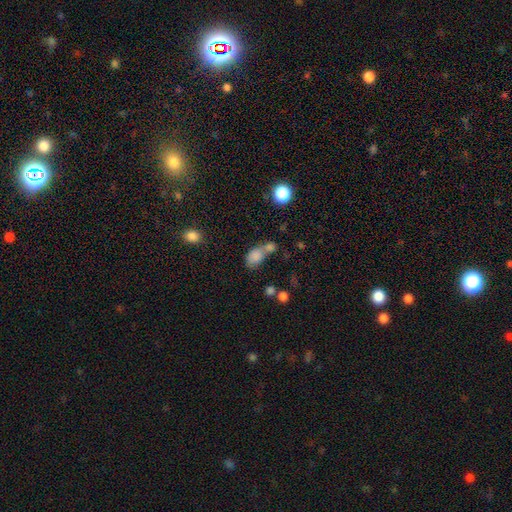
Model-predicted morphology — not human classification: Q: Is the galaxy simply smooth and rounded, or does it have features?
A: smooth — 79%.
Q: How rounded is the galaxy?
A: in between — 79%.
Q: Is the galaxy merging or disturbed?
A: merger — 55%.